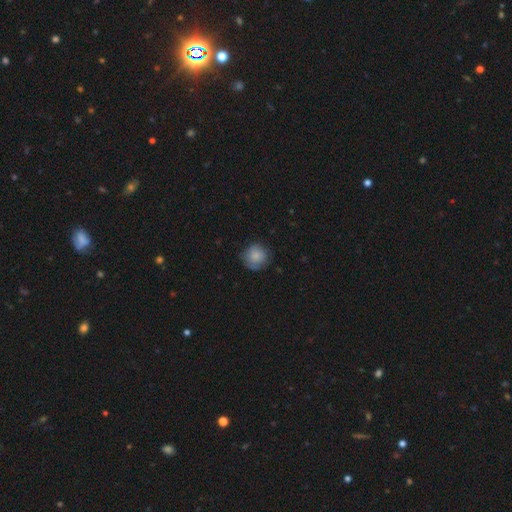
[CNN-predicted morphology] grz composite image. It shows a smooth galaxy with no disk features (77%) that is round (90%). Merging: none (73%).